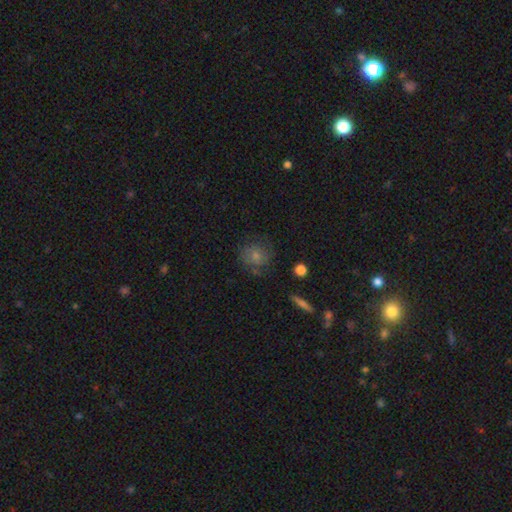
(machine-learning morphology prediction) type=smooth (52%); roundness=round (87%); merging=none (76%).